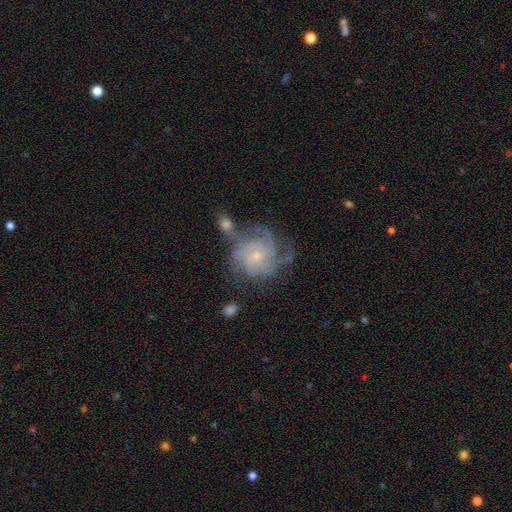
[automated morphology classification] smooth-or-featured: featured or disk: 82% | smooth: 10% | star or artifact: 8%
  disk-edge-on: no: 98% | yes: 2%
    bar: no: 75% | weak: 21% | strong: 4%
    has-spiral-arms: yes: 95% | no: 5%
      spiral-winding: tight: 61% | medium: 31% | loose: 8%
      spiral-arm-count: 4: 28% | can't tell: 26% | 3: 23% | 2: 9% | more than 4: 8% | 1: 6%
    bulge-size: small: 71% | moderate: 23% | none: 3% | large: 1% | dominant: 1%
  merging: none: 54% | minor disturbance: 20% | major disturbance: 15% | merger: 12%